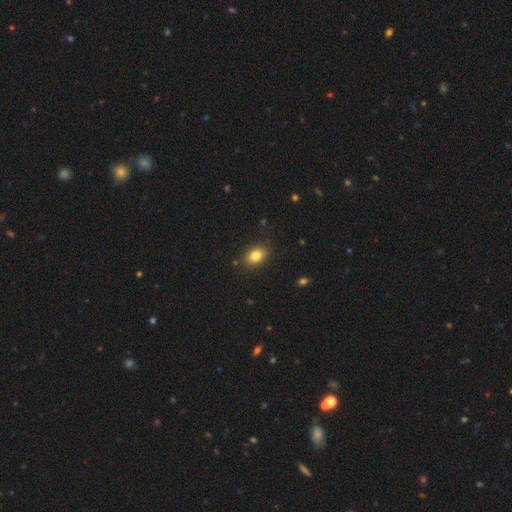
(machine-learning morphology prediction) Overall: smooth (83%). How rounded: in between (78%). Merging: none (84%).